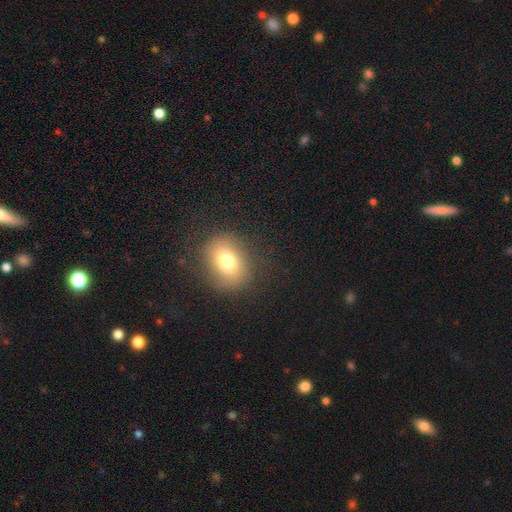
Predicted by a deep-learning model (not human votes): smooth-or-featured: smooth: 65% | star or artifact: 20% | featured or disk: 16%
  how-rounded: in between: 49% (tied) | round: 49% (tied) | cigar-shaped: 2%
  merging: none: 89% | minor disturbance: 7% | major disturbance: 3% | merger: 1%